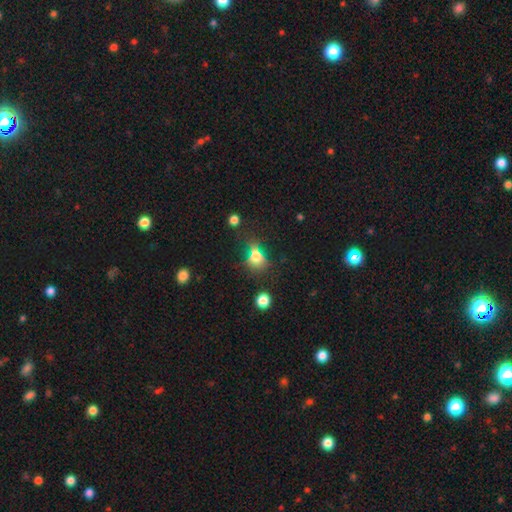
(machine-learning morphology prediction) Smooth or featured? smooth (71%)
How rounded? in between (52%)
Merging? none (50%)